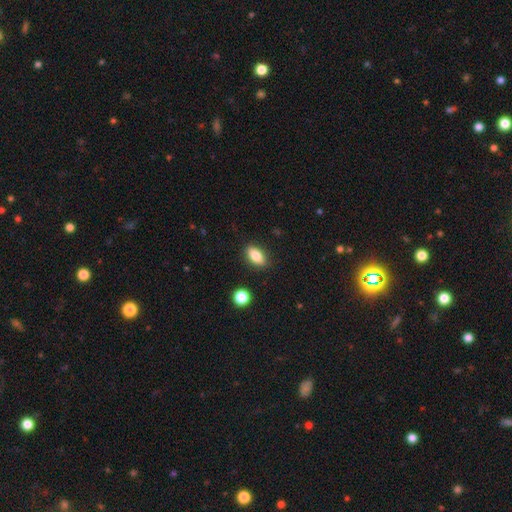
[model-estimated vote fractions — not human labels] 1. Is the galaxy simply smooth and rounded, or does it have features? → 82% smooth, 10% featured or disk, 8% star or artifact.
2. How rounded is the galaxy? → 85% in between, 10% cigar-shaped, 6% round.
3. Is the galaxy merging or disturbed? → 87% none, 9% minor disturbance, 2% major disturbance, 2% merger.